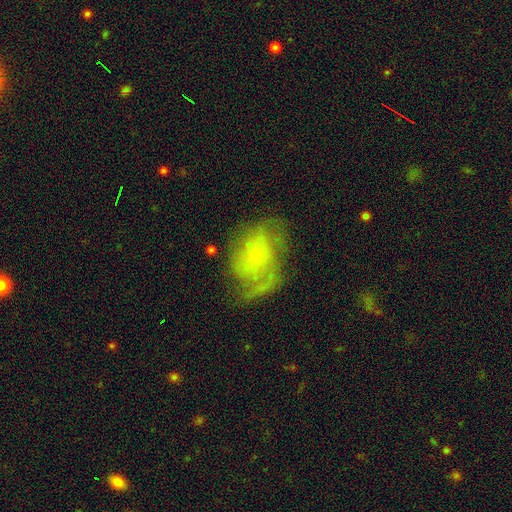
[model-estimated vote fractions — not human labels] smooth-or-featured: featured or disk: 68% | smooth: 23% | star or artifact: 9%
  disk-edge-on: no: 97% | yes: 3%
    bar: no: 76% | weak: 20% | strong: 3%
    has-spiral-arms: yes: 83% | no: 17%
      spiral-winding: medium: 41% | tight: 32% | loose: 28%
      spiral-arm-count: can't tell: 32% | 2: 31% | 1: 16% | 3: 12% | 4: 5% | more than 4: 4%
    bulge-size: small: 77% | none: 10% | moderate: 10% | large: 1% | dominant: 1%
  merging: none: 47% | major disturbance: 25% | minor disturbance: 24% | merger: 3%